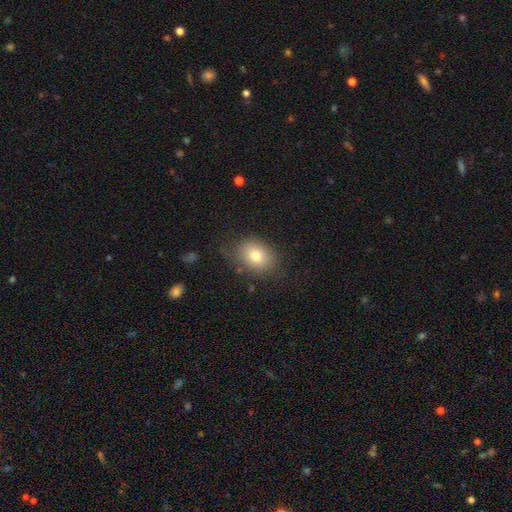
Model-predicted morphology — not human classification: The model was most divided on "how rounded": in between: 62%, round: 38%, cigar-shaped: 1%. More confident: smooth or featured — smooth (78%); merging — none (74%).